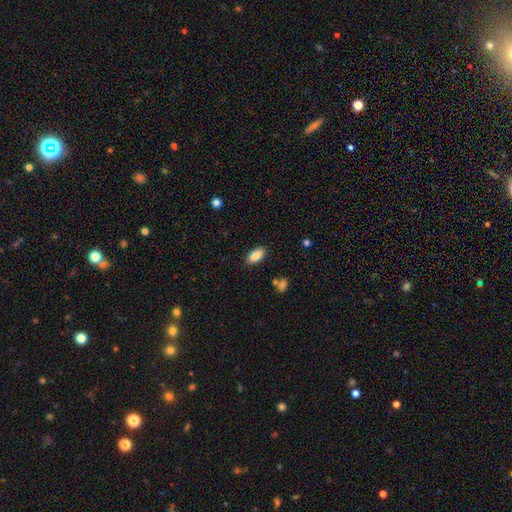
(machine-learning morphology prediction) Smooth or featured? Predicted: smooth (p=0.87). How rounded? Predicted: in between (p=0.91). Merging? Predicted: none (p=0.85).